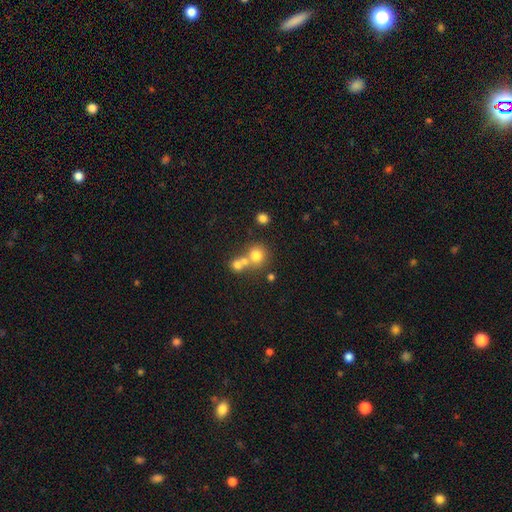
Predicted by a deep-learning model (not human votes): The model was most divided on "merging": none: 45%, merger: 44%, minor disturbance: 7%, major disturbance: 4%. More confident: how rounded — round (86%); smooth or featured — smooth (72%).